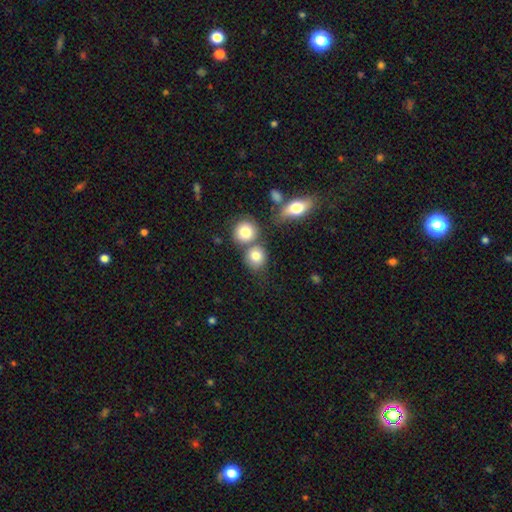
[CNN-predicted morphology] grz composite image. It shows a smooth galaxy with no disk features (81%) that is round (79%). Merging: none (54%).